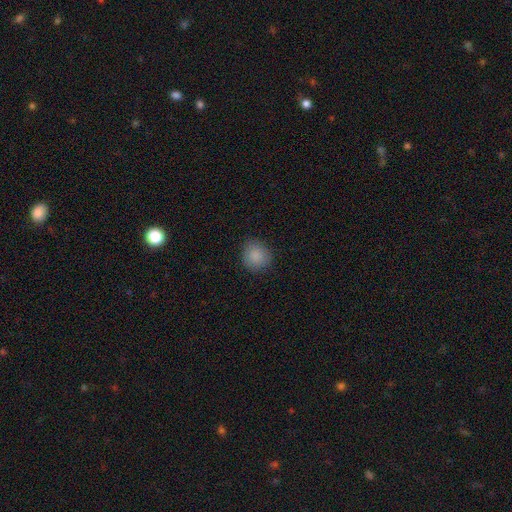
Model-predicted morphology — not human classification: Smooth or featured? smooth (87%)
How rounded? round (86%)
Merging? none (85%)